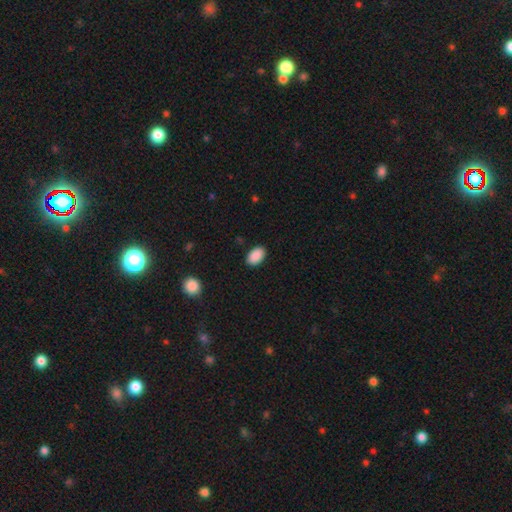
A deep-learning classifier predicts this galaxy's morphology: type=smooth (90%); roundness=in between (92%); merging=none (89%).